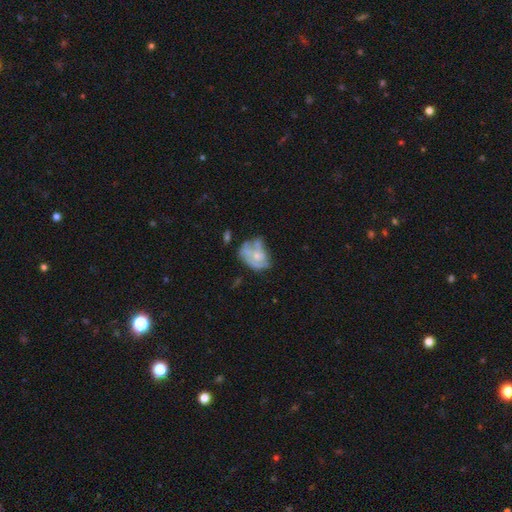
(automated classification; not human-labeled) This appears to be a featured or disk galaxy (58%) with no bar (84%), spiral arms (50%, tied with no) and a small central bulge (59%). Merging: none (33%).